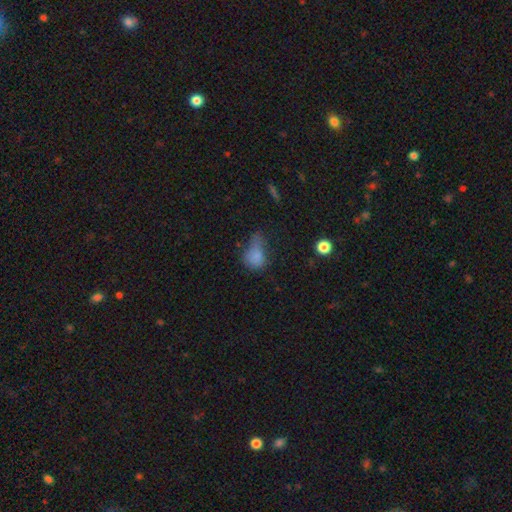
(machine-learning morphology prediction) Smooth or featured?
  - smooth: 73% *
  - star or artifact: 14%
  - featured or disk: 13%
How rounded?
  - in between: 63% *
  - round: 35%
  - cigar-shaped: 3%
Merging?
  - major disturbance: 38% *
  - minor disturbance: 29%
  - none: 24%
  - merger: 9%